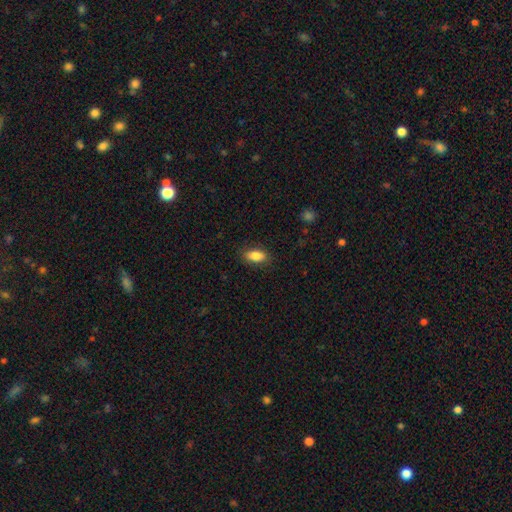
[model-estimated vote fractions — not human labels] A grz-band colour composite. It shows a smooth galaxy with no disk features (85%) that is in between round and cigar-shaped (89%). Merging: none (86%).